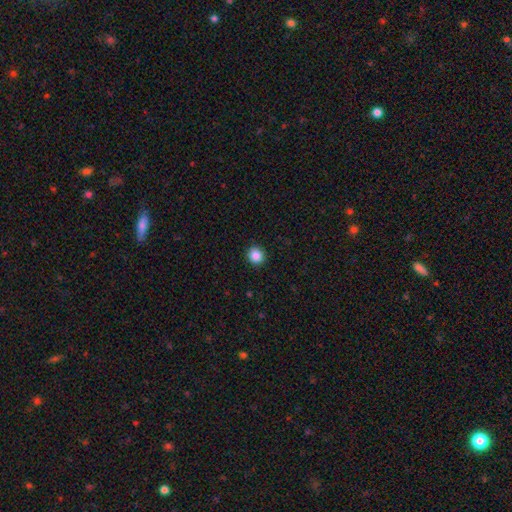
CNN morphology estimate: smooth 87%, star or artifact 10%, featured or disk 3%. Down the decision tree: how rounded — round (92%); merging — none (92%).